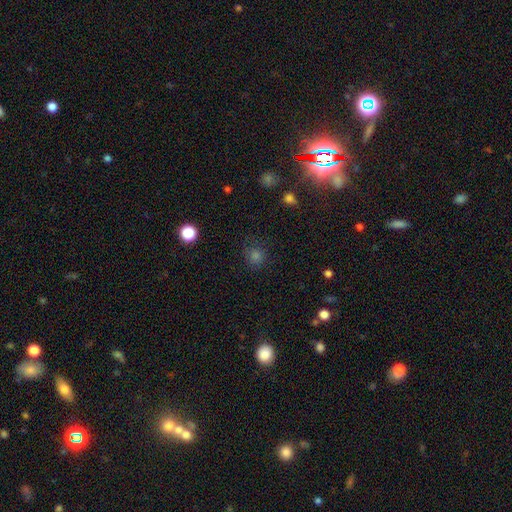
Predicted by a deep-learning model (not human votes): The model was most divided on "smooth or featured": smooth: 58%, star or artifact: 34%, featured or disk: 8%. More confident: how rounded — round (89%); merging — none (84%).